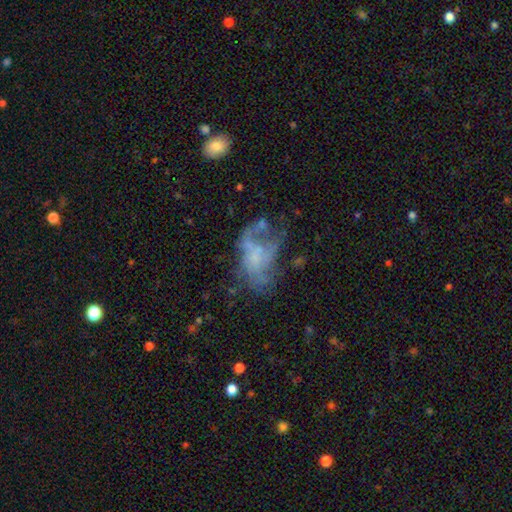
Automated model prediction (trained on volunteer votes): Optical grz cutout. It shows a featured or disk galaxy (59%) with no bar (85%), no spiral arms (75%) and no central bulge (64%). Merging: major disturbance (41%).